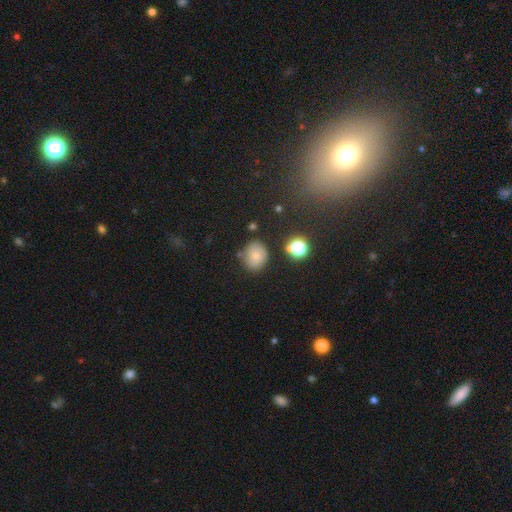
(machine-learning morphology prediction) Q: Smooth or featured?
A: smooth (71%); runner-up: featured or disk (15%)
Q: How rounded?
A: round (65%); runner-up: in between (34%)
Q: Merging?
A: none (70%); runner-up: minor disturbance (19%)